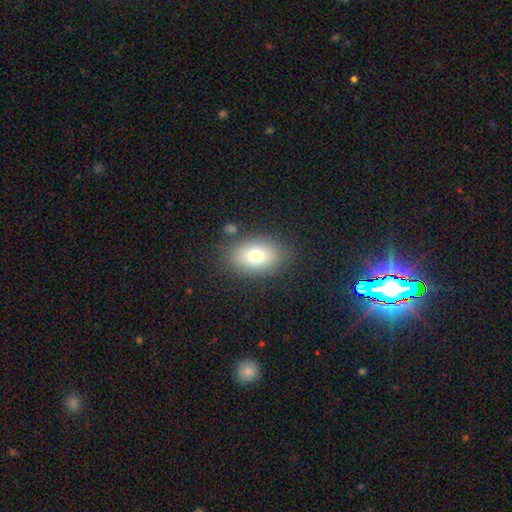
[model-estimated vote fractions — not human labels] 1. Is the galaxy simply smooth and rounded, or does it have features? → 76% smooth, 14% featured or disk, 10% star or artifact.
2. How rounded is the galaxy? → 84% in between, 15% round, 1% cigar-shaped.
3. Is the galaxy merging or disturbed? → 81% none, 12% minor disturbance, 4% major disturbance, 3% merger.